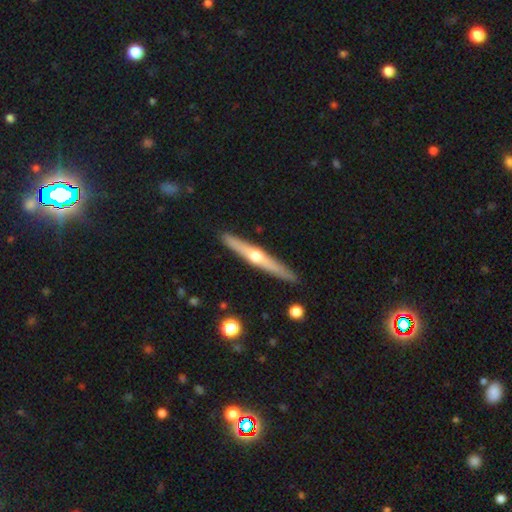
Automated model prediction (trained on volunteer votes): featured or disk 70%, smooth 25%, star or artifact 5%. Down the decision tree: edge-on disk — yes (97%); edge-on bulge — rounded (92%); merging — none (91%).